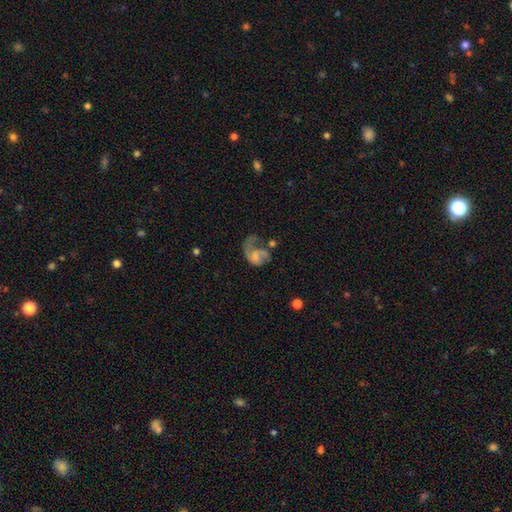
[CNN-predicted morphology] Smooth or featured? featured or disk (65%)
Edge-on disk? no (98%)
Bar? no (66%)
Spiral arms? yes (81%)
Spiral winding? loose (48%)
Spiral arm count? 1 (62%)
Bulge size? small (37%)
Merging? major disturbance (51%)